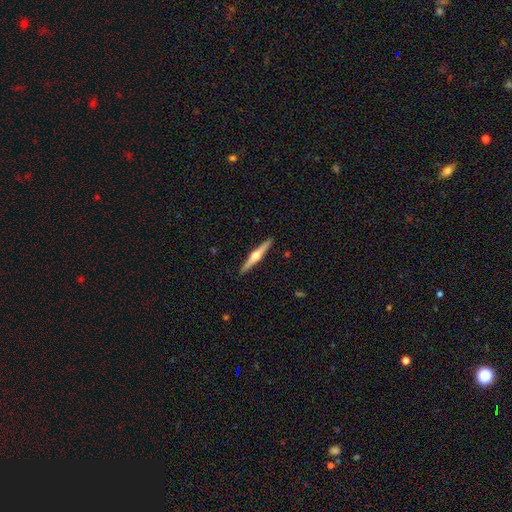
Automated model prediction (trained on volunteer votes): Smooth or featured: featured or disk — 75% (smooth — 20%)
Edge-on disk: yes — 98% (no — 2%)
Edge-on bulge: rounded — 95% (boxy — 3%)
Merging: none — 92% (minor disturbance — 6%)